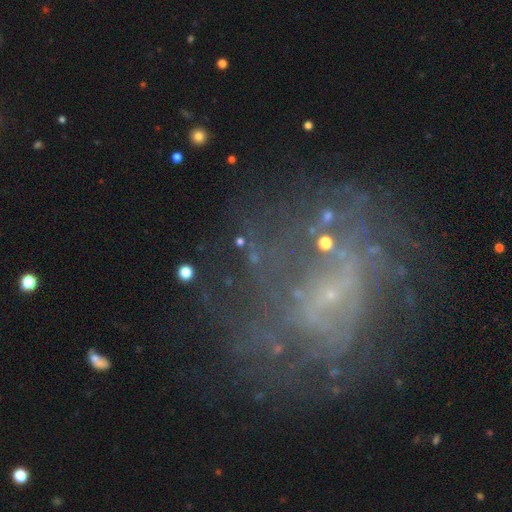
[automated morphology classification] smooth_or_featured: featured or disk (p=0.64) [alt: star or artifact p=0.21]
disk_edge_on: no (p=0.96) [alt: yes p=0.04]
bar: no (p=0.52) [alt: weak p=0.31]
has_spiral_arms: yes (p=0.64) [alt: no p=0.36]
bulge_size: small (p=0.74) [alt: none p=0.16]
merging: none (p=0.54) [alt: major disturbance p=0.23]